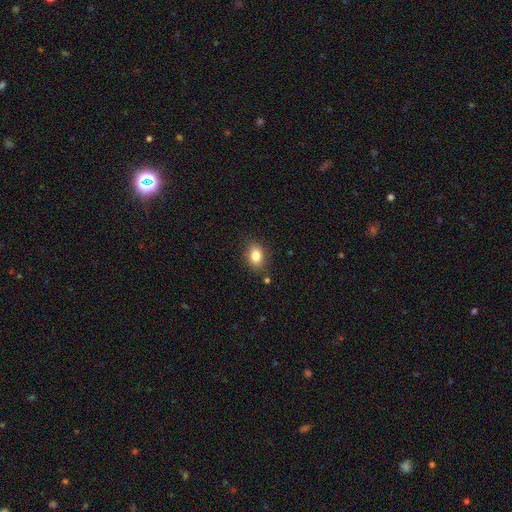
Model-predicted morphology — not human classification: Overall: smooth (82%). How rounded: in between (72%). Merging: none (83%).